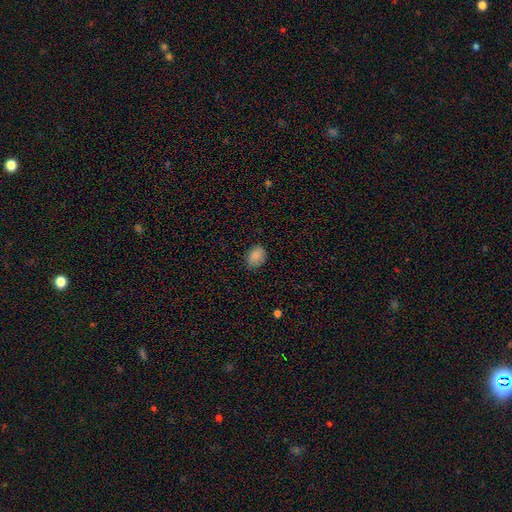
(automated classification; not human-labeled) Morphology: type=smooth (87%); roundness=in between (66%); merging=none (80%).